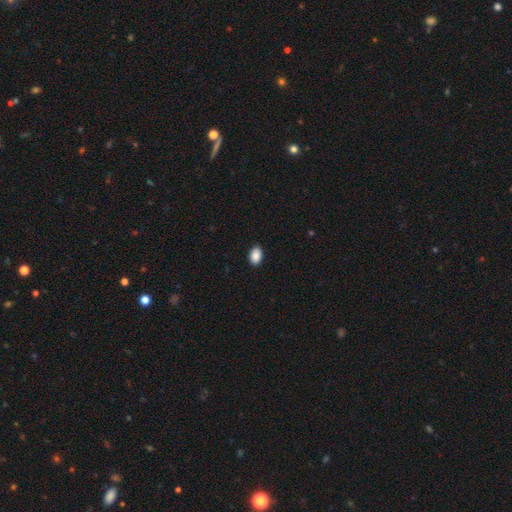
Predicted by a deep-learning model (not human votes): A smooth galaxy with no disk features (89%) that is in between round and cigar-shaped (87%). Merging: none (90%).